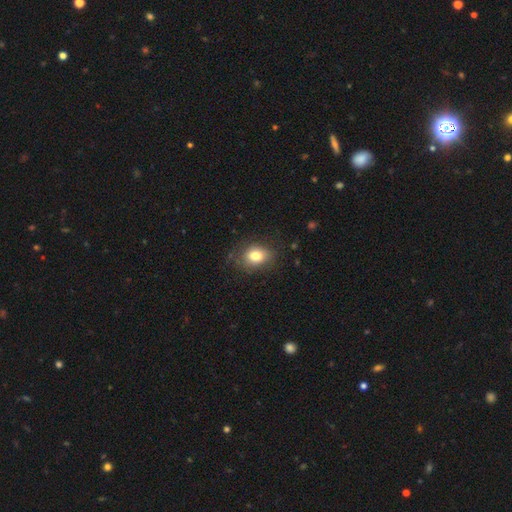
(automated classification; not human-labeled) This is likely a smooth galaxy (78%). How rounded: possibly in between (56%). Merging: likely none (78%).